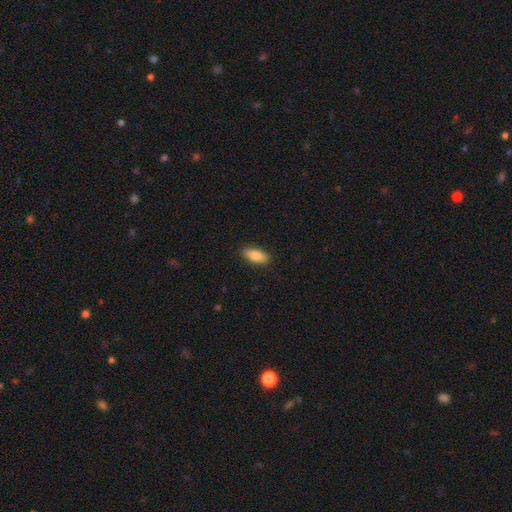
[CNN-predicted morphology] This is clearly a smooth galaxy (83%). How rounded: clearly in between (81%). Merging: clearly none (89%).